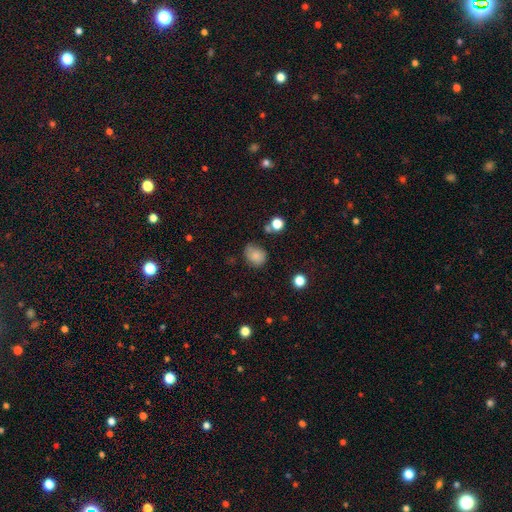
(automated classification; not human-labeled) Q: Smooth or featured?
A: smooth (79%); runner-up: star or artifact (11%)
Q: How rounded?
A: round (58%); runner-up: in between (41%)
Q: Merging?
A: none (63%); runner-up: minor disturbance (27%)